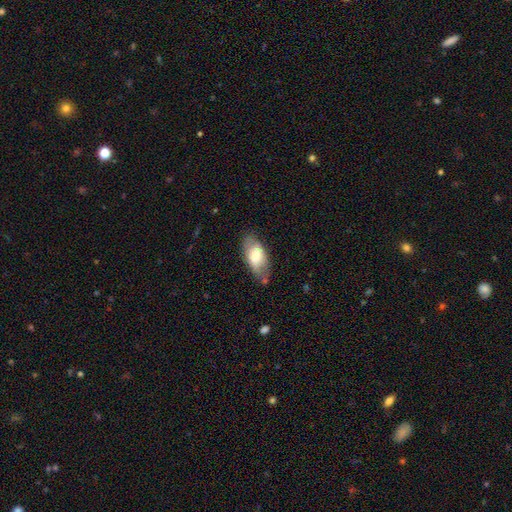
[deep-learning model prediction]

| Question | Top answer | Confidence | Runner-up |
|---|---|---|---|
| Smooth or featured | smooth | 63% | featured or disk (31%) |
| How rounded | in between | 89% | cigar-shaped (8%) |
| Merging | none | 67% | minor disturbance (23%) |